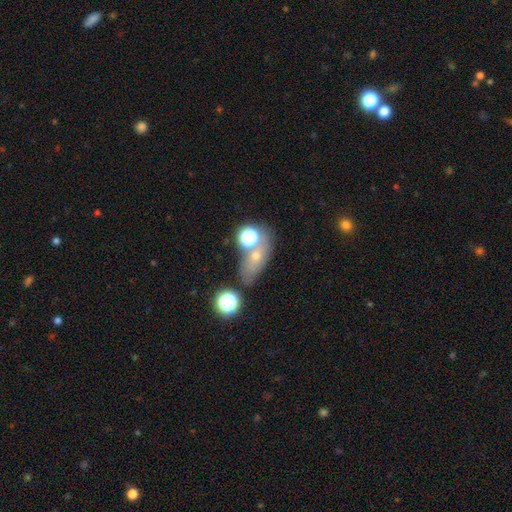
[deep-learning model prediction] Smooth or featured? smooth (58%)
How rounded? in between (66%)
Merging? none (53%)